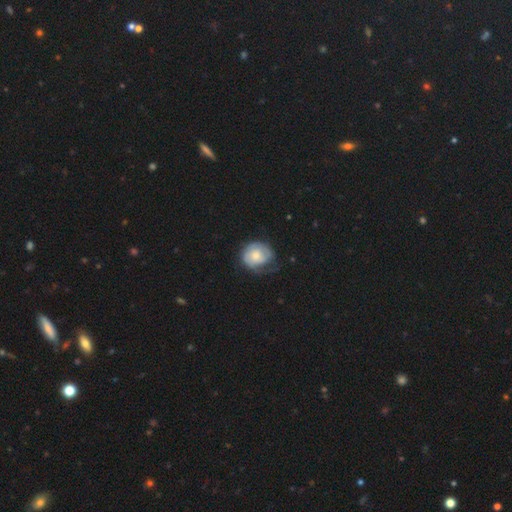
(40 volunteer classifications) A featured or disk galaxy (55%) with no bar (82%), 2 (53%) tight (53%) spiral arms (86%) and a moderate central bulge (50%).

Vote fractions:
- Smooth or featured? featured or disk: 55% / smooth: 40% / star or artifact: 5%
- Edge-on disk? no: 100% / yes: 0%
- Bar? no: 82% / weak: 14% / strong: 5%
- Spiral arms? yes: 86% / no: 14%
- Spiral winding? tight: 53% / medium: 26% / loose: 21%
- Spiral arm count? 2: 53% / can't tell: 32% / 3: 11% / 4: 5% / 1: 0% / more than 4: 0%
- Bulge size? moderate: 50% / small: 41% / large: 9% / dominant: 0% / none: 0%
- Merging? none: 39% (tied) / minor disturbance: 39% (tied) / major disturbance: 21% / merger: 0%